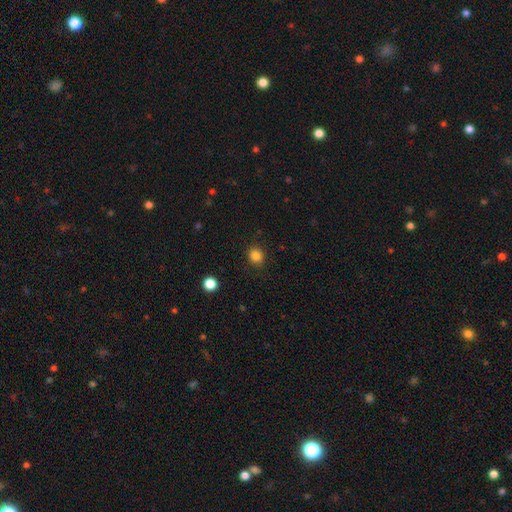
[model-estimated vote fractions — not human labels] Overall: smooth (84%). How rounded: round (84%). Merging: none (89%).